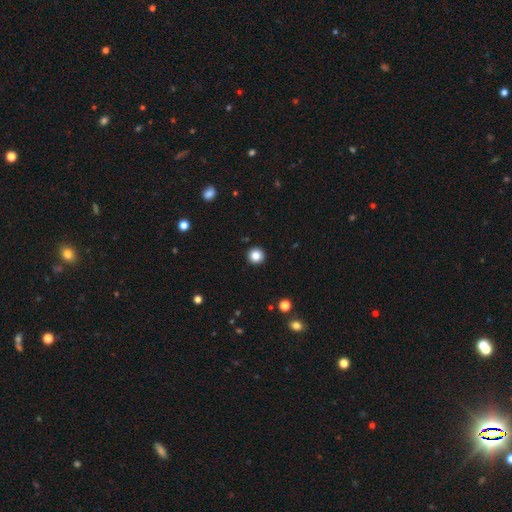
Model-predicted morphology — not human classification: This appears to be a smooth galaxy with no disk features (85%) that is round (96%). Merging: none (93%).